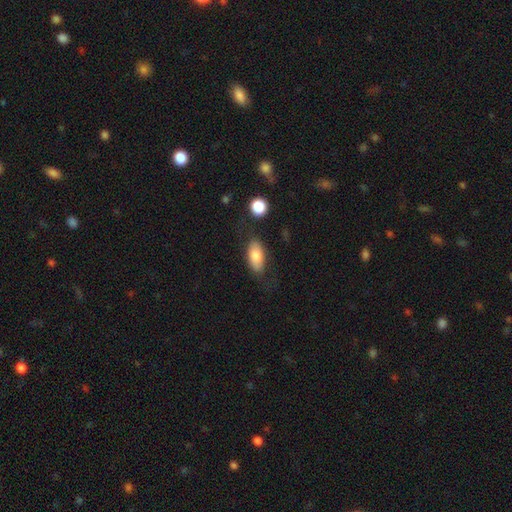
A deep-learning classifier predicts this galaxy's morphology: smooth-or-featured: smooth: 77% | featured or disk: 16% | star or artifact: 7%
  how-rounded: in between: 89% | cigar-shaped: 7% | round: 4%
  merging: none: 72% | minor disturbance: 17% | major disturbance: 7% | merger: 3%